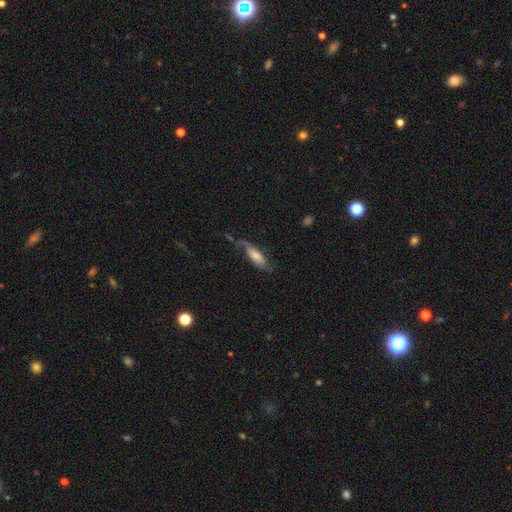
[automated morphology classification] smooth-or-featured: featured or disk: 55% | smooth: 38% | star or artifact: 7%
  disk-edge-on: no: 81% | yes: 19%
  merging: none: 49% | minor disturbance: 24% | major disturbance: 22% | merger: 4%